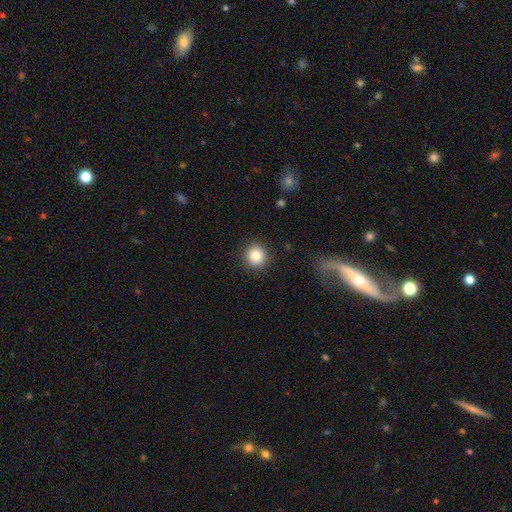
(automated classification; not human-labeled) Smooth or featured? smooth (84%)
How rounded? round (92%)
Merging? none (90%)